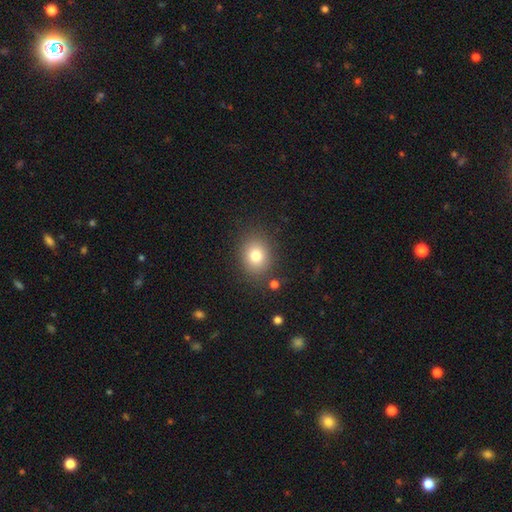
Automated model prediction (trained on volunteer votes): smooth_or_featured: smooth (p=0.79) [alt: star or artifact p=0.12]
how_rounded: round (p=0.60) [alt: in between p=0.39]
merging: none (p=0.84) [alt: minor disturbance p=0.10]